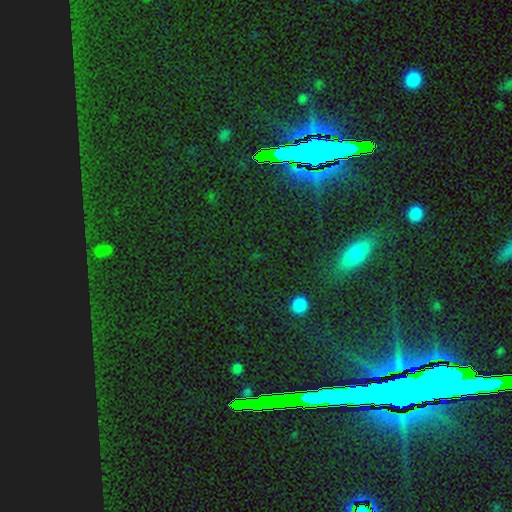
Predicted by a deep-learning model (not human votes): smooth_or_featured: star or artifact (p=0.76) [alt: smooth p=0.15]